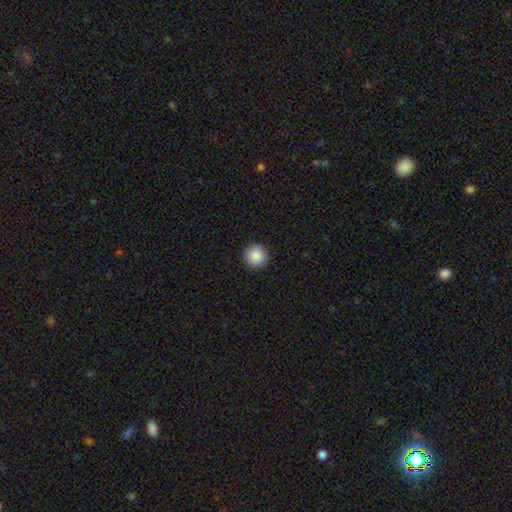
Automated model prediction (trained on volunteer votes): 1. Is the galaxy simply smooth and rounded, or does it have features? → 88% smooth, 8% star or artifact, 4% featured or disk.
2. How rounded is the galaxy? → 96% round, 3% in between, 1% cigar-shaped.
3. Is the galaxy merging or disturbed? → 93% none, 5% minor disturbance, 2% major disturbance, 1% merger.